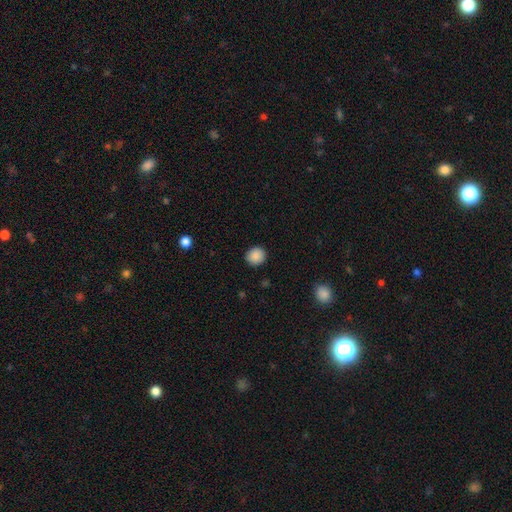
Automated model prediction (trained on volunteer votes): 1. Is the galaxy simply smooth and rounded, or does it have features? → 88% smooth, 9% star or artifact, 3% featured or disk.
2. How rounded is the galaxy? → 85% round, 14% in between, 1% cigar-shaped.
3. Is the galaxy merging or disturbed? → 90% none, 7% minor disturbance, 2% major disturbance, 1% merger.